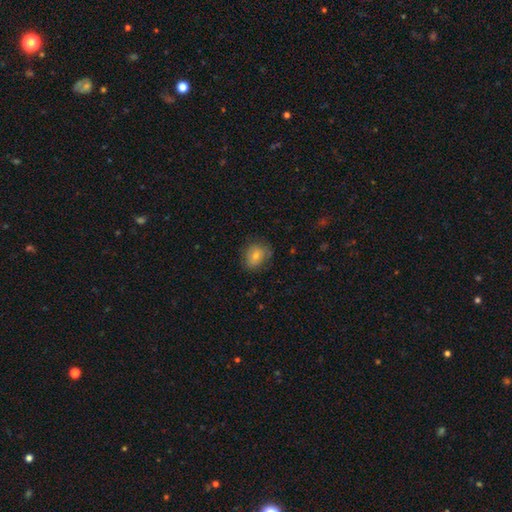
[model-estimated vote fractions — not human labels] smooth_or_featured: smooth (p=0.65) [alt: featured or disk p=0.22]
how_rounded: round (p=0.57) [alt: in between p=0.42]
merging: none (p=0.76) [alt: minor disturbance p=0.18]